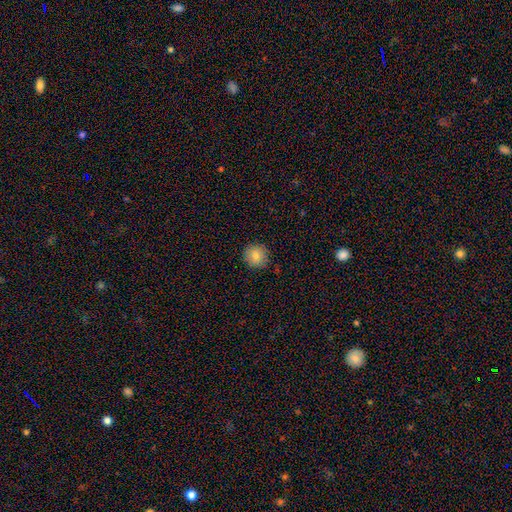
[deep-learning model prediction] A smooth galaxy with no disk features (81%) that is round (94%).

Vote fractions:
- Smooth or featured? smooth: 81% / star or artifact: 10% / featured or disk: 9%
- How rounded? round: 94% / in between: 5% / cigar-shaped: 1%
- Merging? none: 89% / minor disturbance: 8% / major disturbance: 2% / merger: 1%